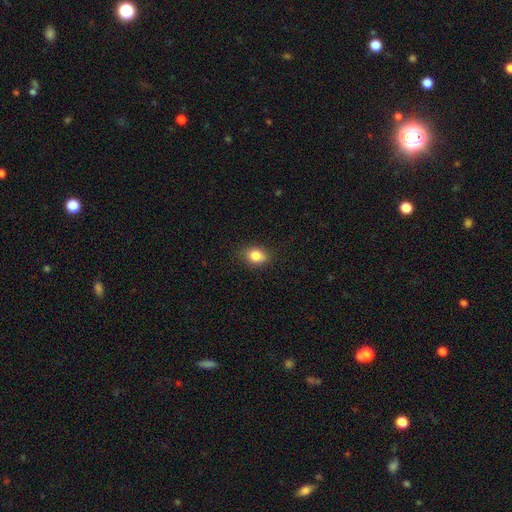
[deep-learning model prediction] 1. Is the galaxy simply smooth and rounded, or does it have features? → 83% smooth, 10% star or artifact, 7% featured or disk.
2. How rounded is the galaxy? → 59% in between, 40% round, 2% cigar-shaped.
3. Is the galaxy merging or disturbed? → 82% none, 14% minor disturbance, 3% major disturbance, 1% merger.